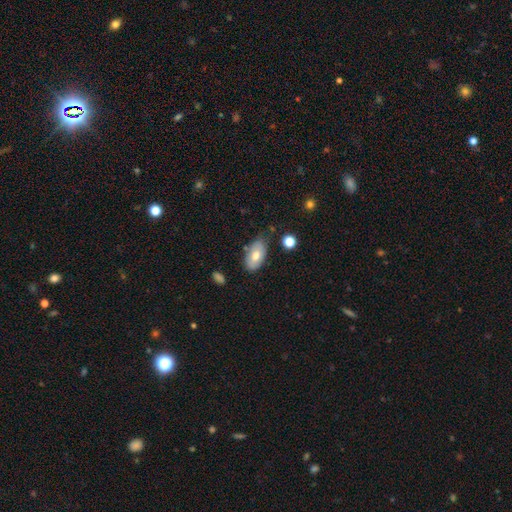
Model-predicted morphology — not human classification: Smooth or featured: smooth — 69% (featured or disk — 24%)
How rounded: in between — 93% (round — 4%)
Merging: none — 66% (minor disturbance — 24%)